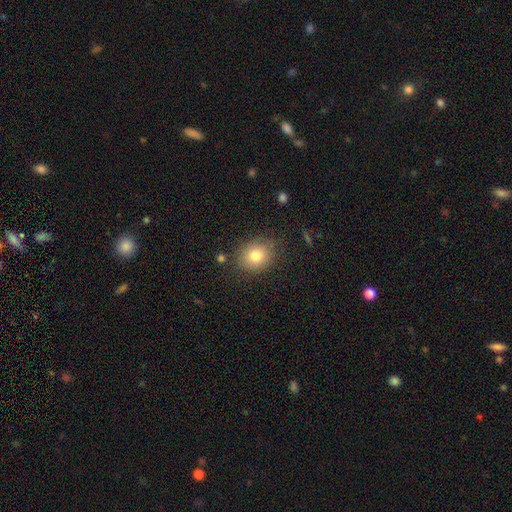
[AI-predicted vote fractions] smooth 80%, star or artifact 10%, featured or disk 10%. Down the decision tree: how rounded — round (60%); merging — none (82%).